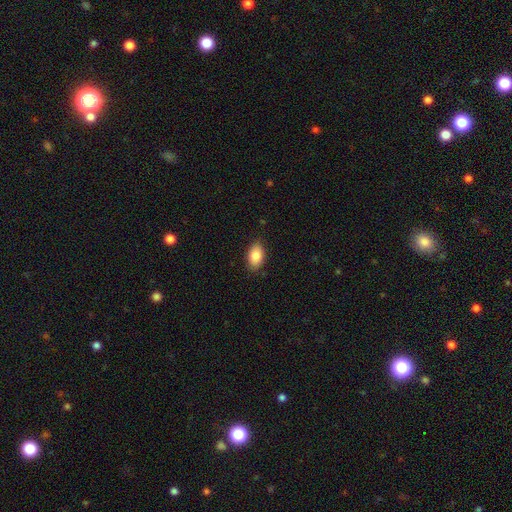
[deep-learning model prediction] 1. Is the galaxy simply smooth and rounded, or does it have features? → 85% smooth, 8% featured or disk, 7% star or artifact.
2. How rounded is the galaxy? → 91% in between, 7% round, 2% cigar-shaped.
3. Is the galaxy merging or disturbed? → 85% none, 12% minor disturbance, 2% major disturbance, 1% merger.